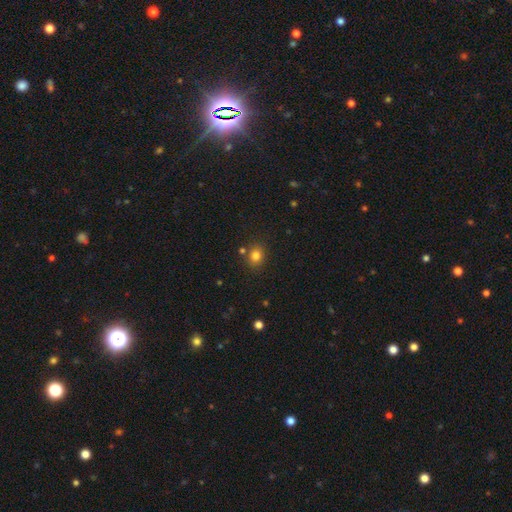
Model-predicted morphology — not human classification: Overall: smooth (80%). How rounded: round (67%; in between 32%). Merging: none (79%).